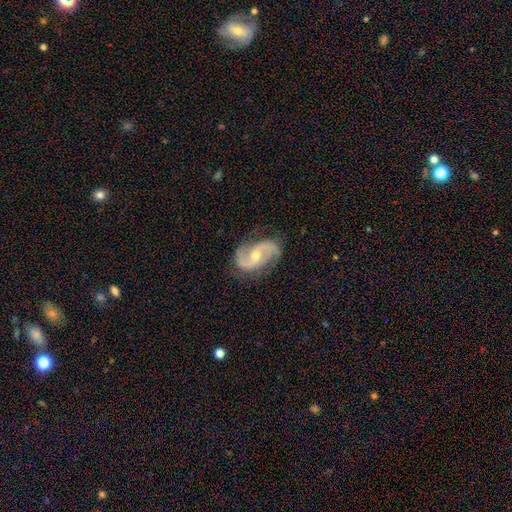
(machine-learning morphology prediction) Smooth or featured: featured or disk — 90% (smooth — 5%)
Edge-on disk: no — 97% (yes — 3%)
Bar: no — 47% (weak — 38%)
Spiral arms: yes — 98% (no — 2%)
Spiral winding: medium — 49% (loose — 36%)
Spiral arm count: 2 — 92% (3 — 2%)
Bulge size: moderate — 52% (small — 45%)
Merging: none — 80% (minor disturbance — 14%)